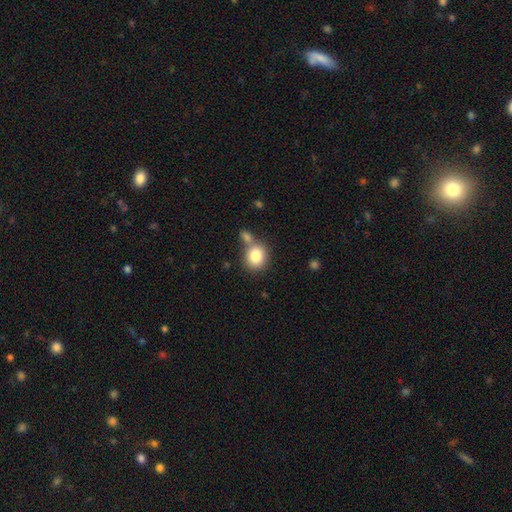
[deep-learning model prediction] This appears to be a smooth galaxy with no disk features (82%) that is round (72%). Merging: none (57%).